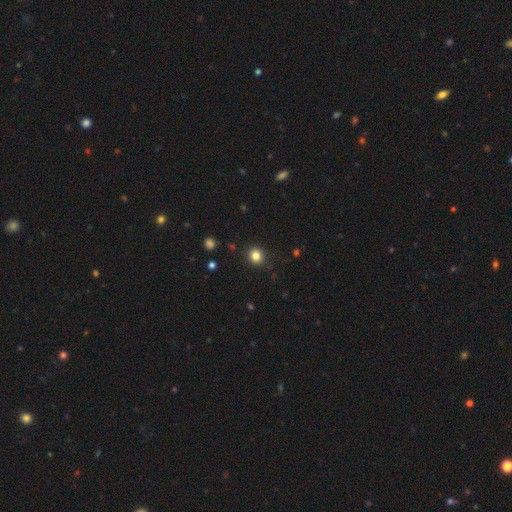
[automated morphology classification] Q: Smooth or featured?
A: smooth (83%); runner-up: star or artifact (12%)
Q: How rounded?
A: round (84%); runner-up: in between (16%)
Q: Merging?
A: none (89%); runner-up: minor disturbance (7%)